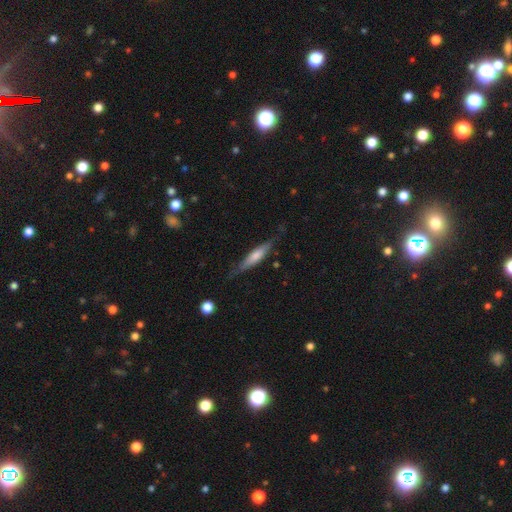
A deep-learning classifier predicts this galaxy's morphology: This appears to be a smooth galaxy with no disk features (53%) that is cigar-shaped (80%). Merging: none (75%).